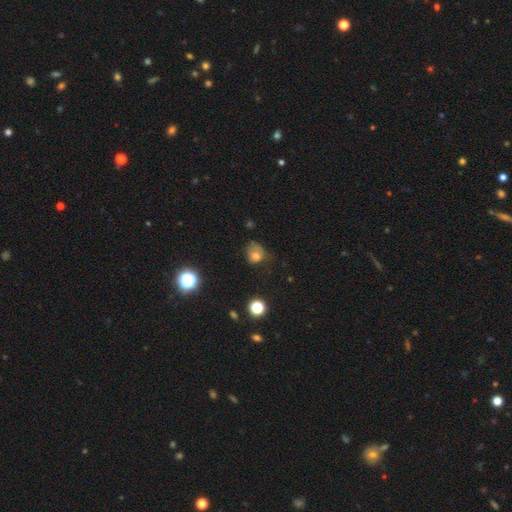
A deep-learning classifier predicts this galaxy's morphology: The model was most divided on "merging": none: 37%, minor disturbance: 34%, major disturbance: 25%, merger: 3%. More confident: smooth or featured — smooth (70%); how rounded — round (64%).